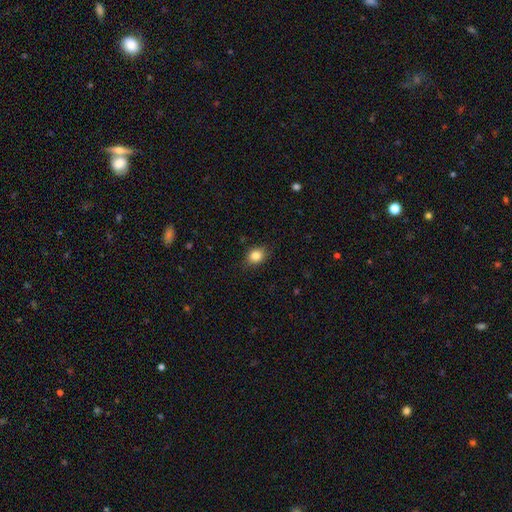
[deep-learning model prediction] Smooth or featured?
  - smooth: 84% *
  - star or artifact: 10%
  - featured or disk: 6%
How rounded?
  - in between: 53% *
  - round: 45%
  - cigar-shaped: 1%
Merging?
  - none: 84% *
  - minor disturbance: 13%
  - major disturbance: 3%
  - merger: 1%